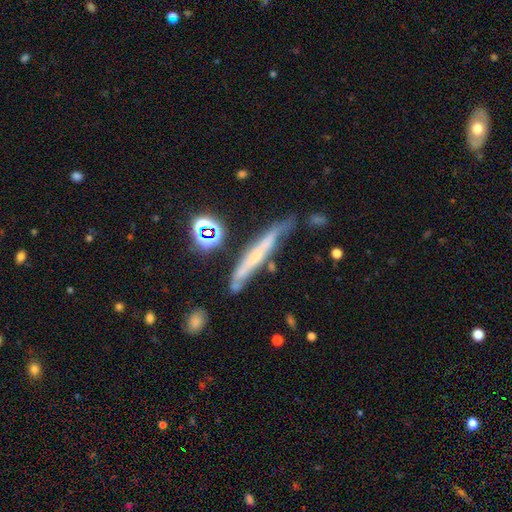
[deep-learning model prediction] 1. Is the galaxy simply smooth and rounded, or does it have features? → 57% featured or disk, 31% smooth, 12% star or artifact.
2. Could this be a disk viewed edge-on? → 82% yes, 18% no.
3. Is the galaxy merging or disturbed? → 56% none, 28% minor disturbance, 10% major disturbance, 7% merger.